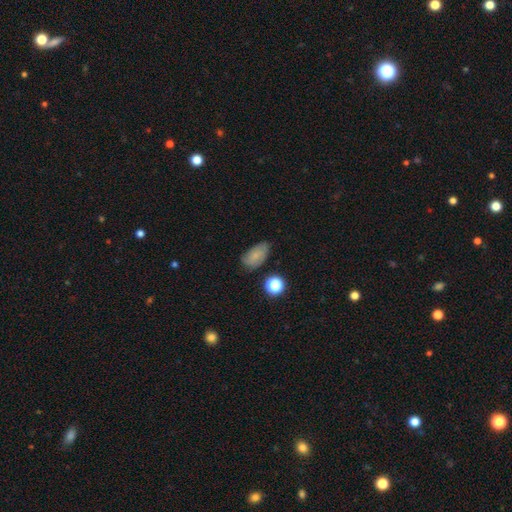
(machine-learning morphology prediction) The model was most divided on "merging": none: 69%, minor disturbance: 24%, major disturbance: 5%, merger: 3%. More confident: how rounded — in between (90%); smooth or featured — smooth (72%).